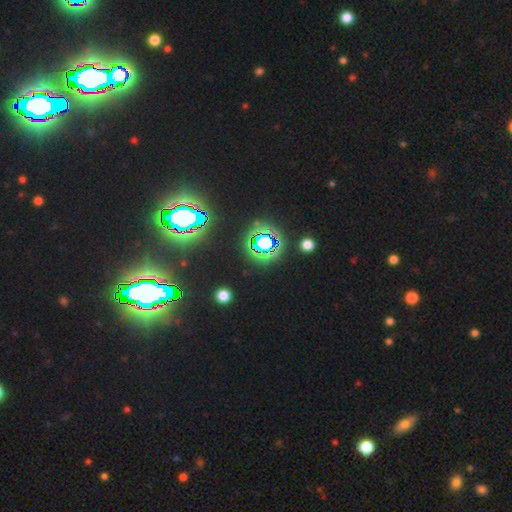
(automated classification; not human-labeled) Overall: star or artifact (82%).